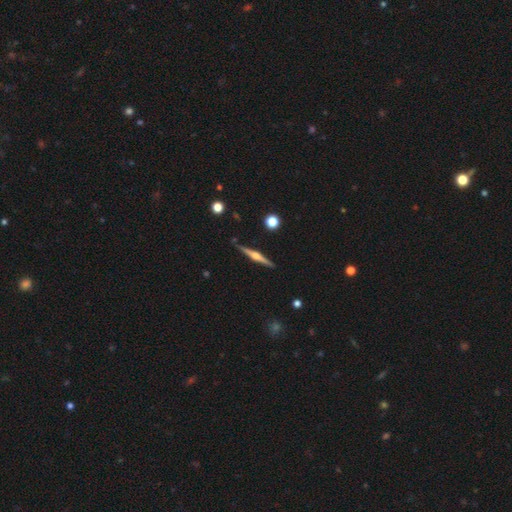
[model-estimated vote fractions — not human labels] smooth_or_featured: featured or disk (p=0.77) [alt: smooth p=0.17]
disk_edge_on: yes (p=0.98) [alt: no p=0.02]
edge_on_bulge: rounded (p=0.88) [alt: boxy p=0.08]
merging: none (p=0.89) [alt: minor disturbance p=0.07]